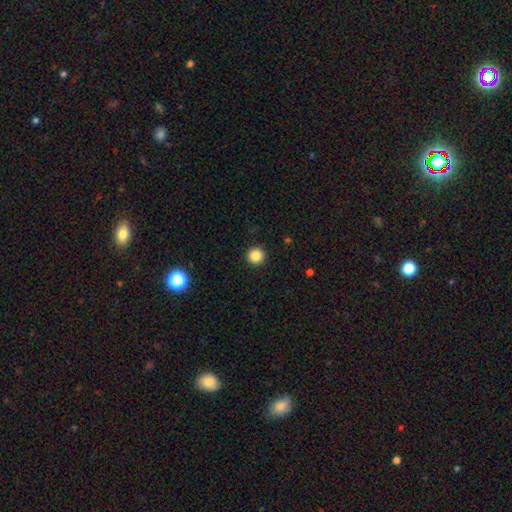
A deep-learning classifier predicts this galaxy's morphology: type=smooth (85%); roundness=round (96%); merging=none (93%).